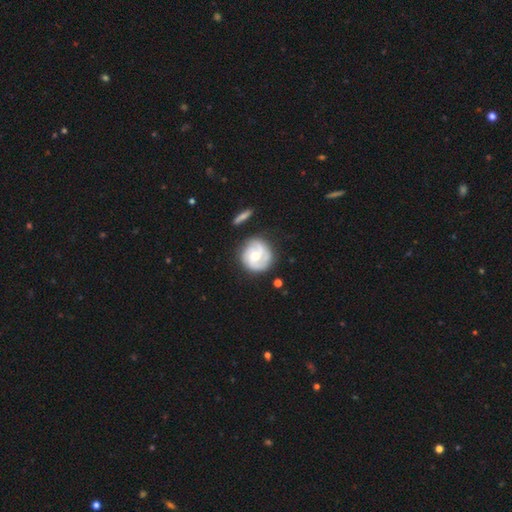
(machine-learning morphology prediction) Q: Smooth or featured?
A: featured or disk (76%); runner-up: smooth (19%)
Q: Edge-on disk?
A: no (98%); runner-up: yes (2%)
Q: Bar?
A: no (60%); runner-up: weak (34%)
Q: Spiral arms?
A: yes (94%); runner-up: no (6%)
Q: Spiral winding?
A: tight (50%); runner-up: medium (38%)
Q: Spiral arm count?
A: 2 (39%); runner-up: 3 (34%)
Q: Bulge size?
A: moderate (56%); runner-up: small (35%)
Q: Merging?
A: none (73%); runner-up: minor disturbance (17%)